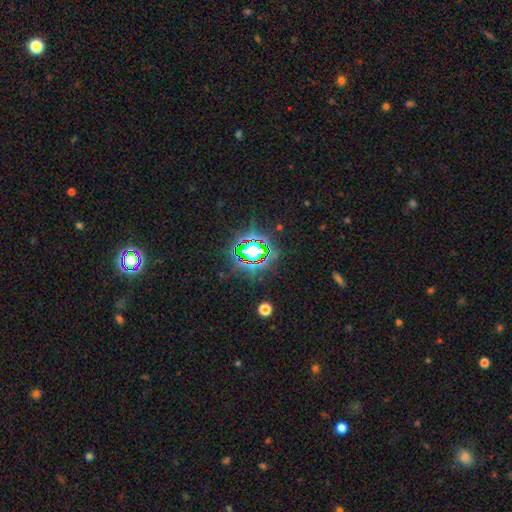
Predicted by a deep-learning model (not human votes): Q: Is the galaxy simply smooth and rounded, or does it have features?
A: star or artifact — 74%.